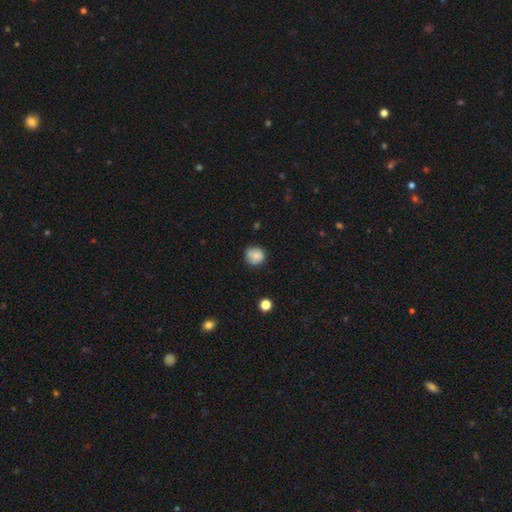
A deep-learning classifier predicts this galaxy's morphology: This is likely a smooth galaxy (75%). How rounded: clearly round (87%). Merging: likely none (73%).